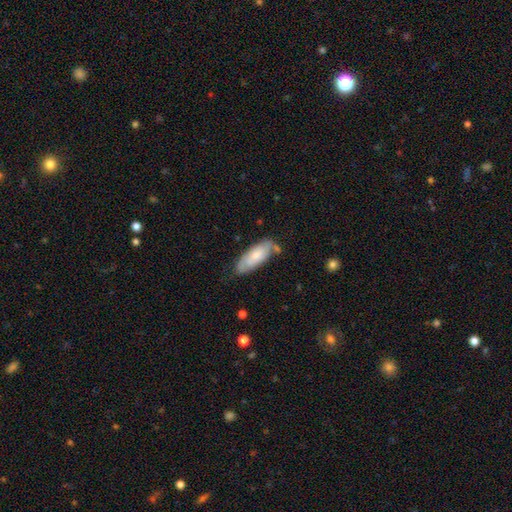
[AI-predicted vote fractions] smooth_or_featured: smooth (p=0.62) [alt: featured or disk p=0.32]
how_rounded: in between (p=0.73) [alt: cigar-shaped p=0.25]
merging: none (p=0.65) [alt: minor disturbance p=0.24]